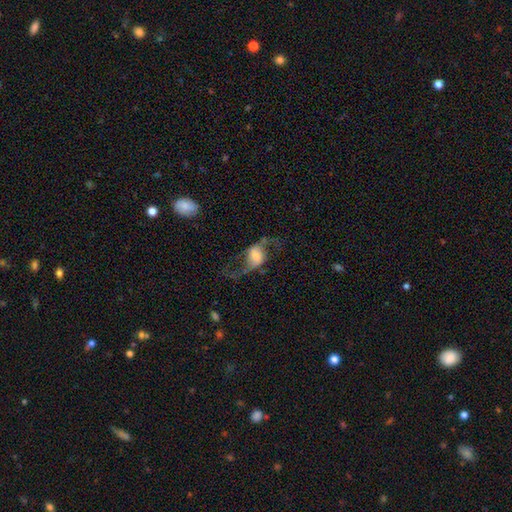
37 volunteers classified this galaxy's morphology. Overall: featured or disk (49%; smooth 46%). Edge-on disk: no (94%). Bar: no (47%; weak 35%). Spiral arms: yes (59%; no 41%). Spiral arm count: 2 (90%). Spiral winding: medium (60%; loose 40%). Bulge size: moderate (35%; large 24%). Merging: none (43%; major disturbance 40%).